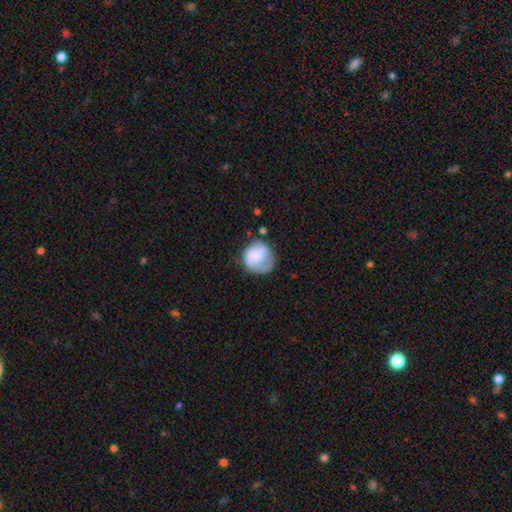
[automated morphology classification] Q: Smooth or featured?
A: smooth (56%); runner-up: featured or disk (37%)
Q: How rounded?
A: round (83%); runner-up: in between (16%)
Q: Merging?
A: none (51%); runner-up: minor disturbance (27%)